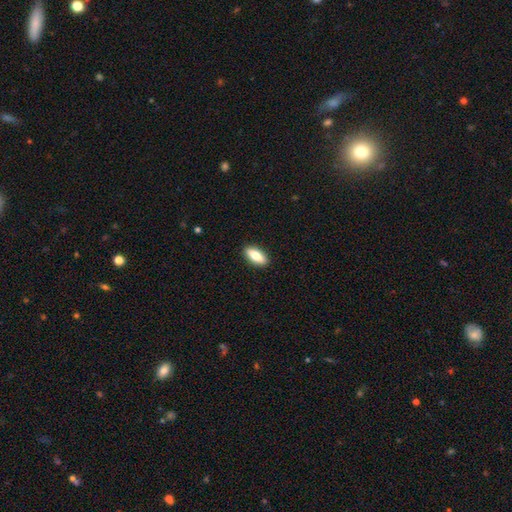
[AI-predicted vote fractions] Morphology: type=smooth (75%); roundness=in between (80%); merging=none (90%).